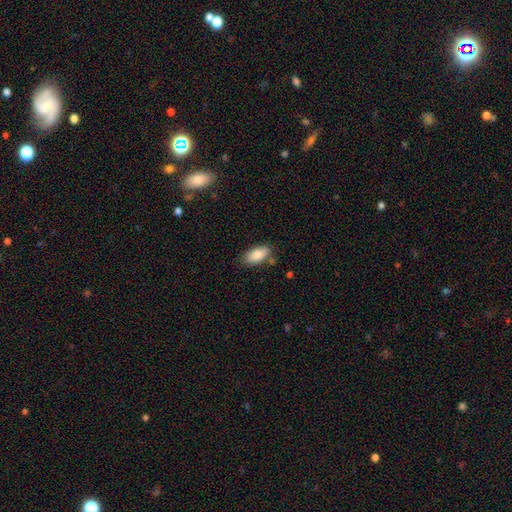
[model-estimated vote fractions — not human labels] smooth-or-featured: smooth: 86% | featured or disk: 8% | star or artifact: 7%
  how-rounded: in between: 90% | cigar-shaped: 8% | round: 2%
  merging: none: 79% | minor disturbance: 14% | merger: 4% | major disturbance: 3%